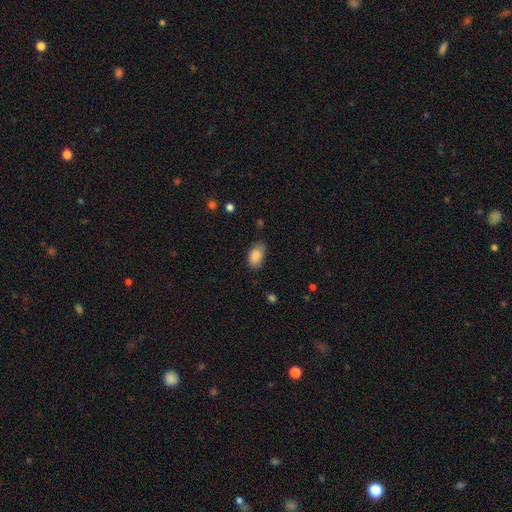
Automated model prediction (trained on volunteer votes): This is clearly a smooth galaxy (86%). How rounded: clearly in between (92%). Merging: likely none (74%).